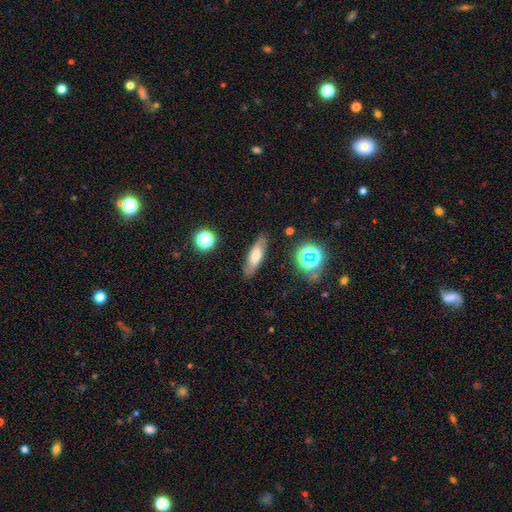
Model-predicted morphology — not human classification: type=smooth (66%); roundness=in between (50%); merging=none (85%).